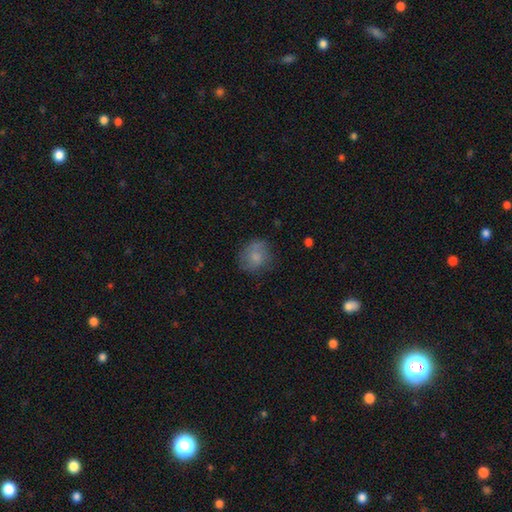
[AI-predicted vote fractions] Morphology: type=smooth (71%); roundness=round (75%); merging=none (65%).